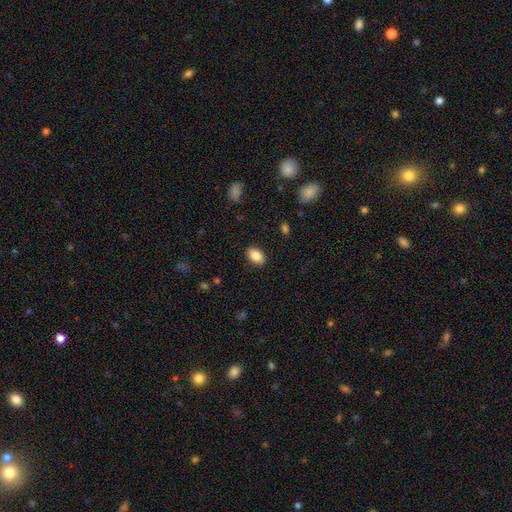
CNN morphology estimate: Smooth or featured? smooth (85%)
How rounded? in between (89%)
Merging? none (88%)